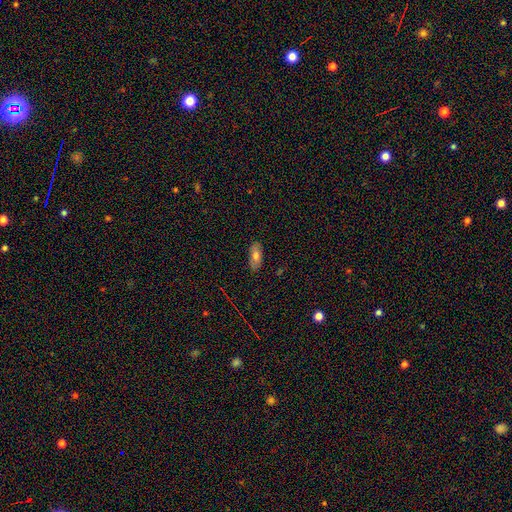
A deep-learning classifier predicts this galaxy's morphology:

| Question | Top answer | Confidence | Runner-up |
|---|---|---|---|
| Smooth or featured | smooth | 75% | featured or disk (17%) |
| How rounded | in between | 85% | cigar-shaped (12%) |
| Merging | none | 85% | minor disturbance (11%) |